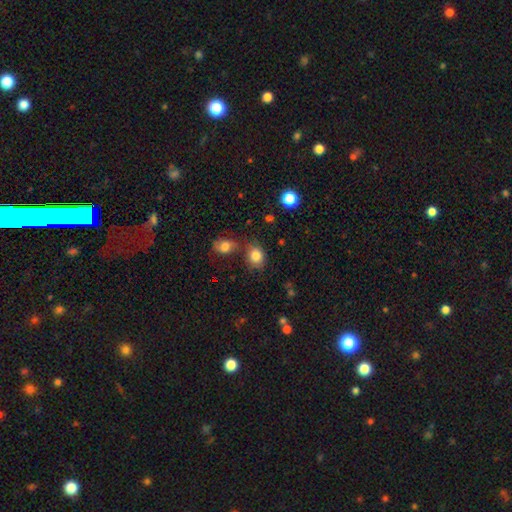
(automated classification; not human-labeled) Overall: smooth (82%). How rounded: round (51%; in between 48%). Merging: none (68%).